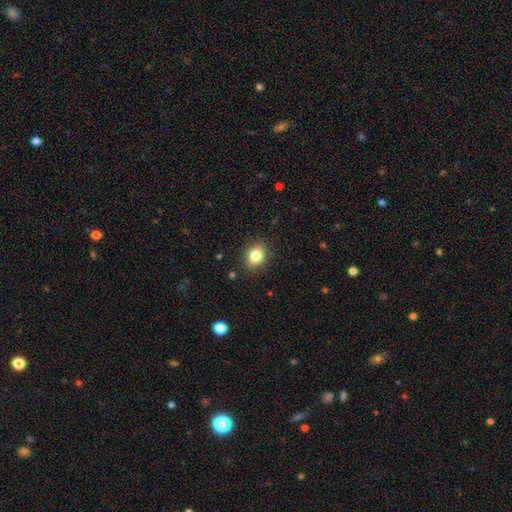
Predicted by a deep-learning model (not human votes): Q: Smooth or featured?
A: smooth (83%); runner-up: star or artifact (10%)
Q: How rounded?
A: in between (61%); runner-up: round (38%)
Q: Merging?
A: none (87%); runner-up: minor disturbance (9%)